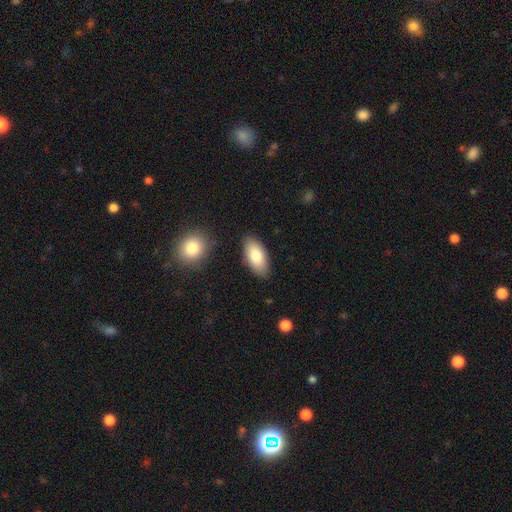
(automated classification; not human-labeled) smooth-or-featured: smooth: 81% | featured or disk: 13% | star or artifact: 6%
  how-rounded: in between: 92% | cigar-shaped: 6% | round: 3%
  merging: none: 85% | minor disturbance: 10% | merger: 2% | major disturbance: 2%